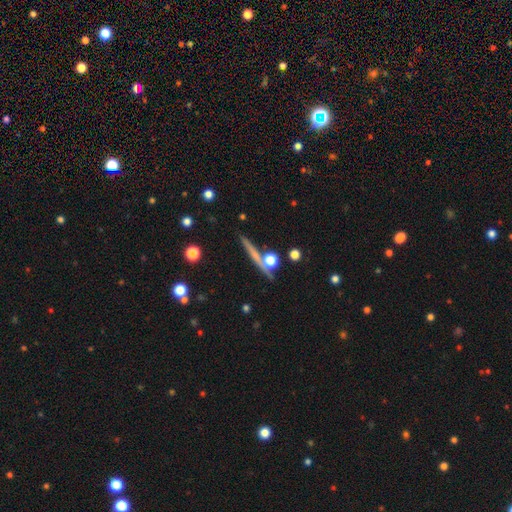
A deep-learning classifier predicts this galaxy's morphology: Q: Smooth or featured?
A: featured or disk (49%); runner-up: smooth (40%)
Q: Merging?
A: none (78%); runner-up: minor disturbance (10%)